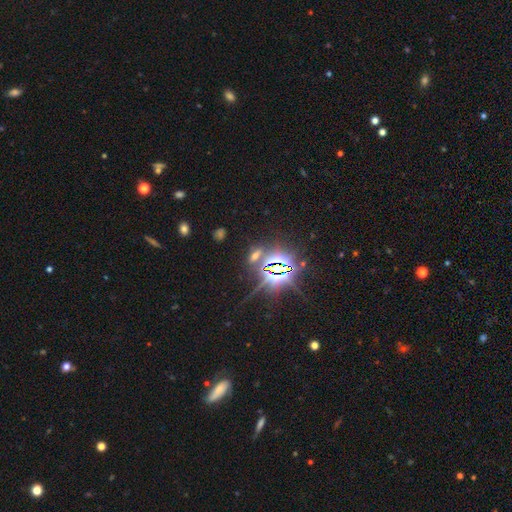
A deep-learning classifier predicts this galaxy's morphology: A star or artifact, not a galaxy (65%).

Vote fractions:
- Smooth or featured? star or artifact: 65% / smooth: 24% / featured or disk: 11%